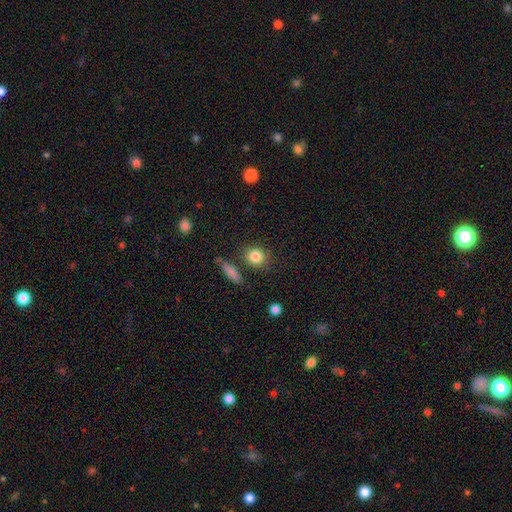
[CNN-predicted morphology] This appears to be a smooth galaxy with no disk features (84%) that is round (75%). Merging: none (78%).